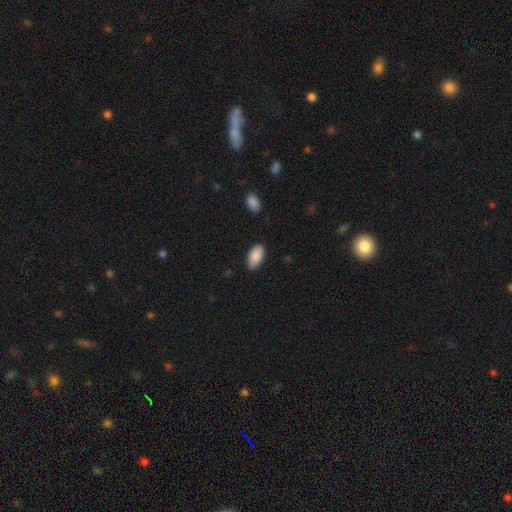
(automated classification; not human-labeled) Smooth or featured: smooth — 88% (star or artifact — 6%)
How rounded: in between — 94% (cigar-shaped — 4%)
Merging: none — 84% (minor disturbance — 12%)